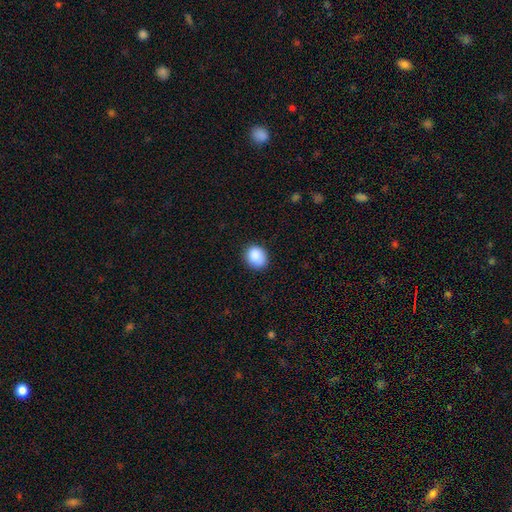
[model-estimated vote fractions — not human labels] Morphology: type=smooth (89%); roundness=round (65%); merging=none (85%).